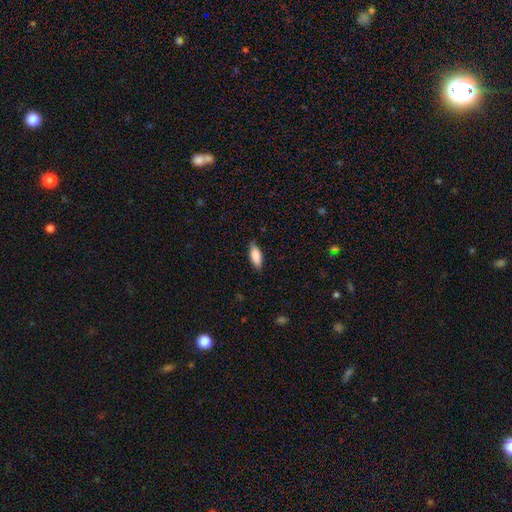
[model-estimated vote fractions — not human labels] Overall: smooth (87%). How rounded: in between (79%). Merging: none (82%).